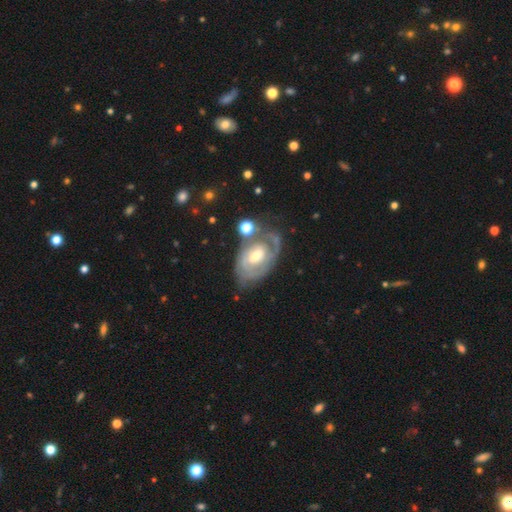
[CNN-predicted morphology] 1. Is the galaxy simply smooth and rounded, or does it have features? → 82% featured or disk, 12% smooth, 5% star or artifact.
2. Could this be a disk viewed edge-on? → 96% no, 4% yes.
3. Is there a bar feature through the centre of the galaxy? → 50% weak, 34% no, 16% strong.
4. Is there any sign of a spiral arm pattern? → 88% yes, 12% no.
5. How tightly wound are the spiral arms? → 66% tight, 26% medium, 8% loose.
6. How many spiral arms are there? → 38% 2, 34% can't tell, 16% 1, 7% 3, 3% 4, 2% more than 4.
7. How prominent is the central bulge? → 61% moderate, 29% small, 7% large, 2% none, 1% dominant.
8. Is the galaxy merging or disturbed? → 53% none, 24% minor disturbance, 15% major disturbance, 8% merger.